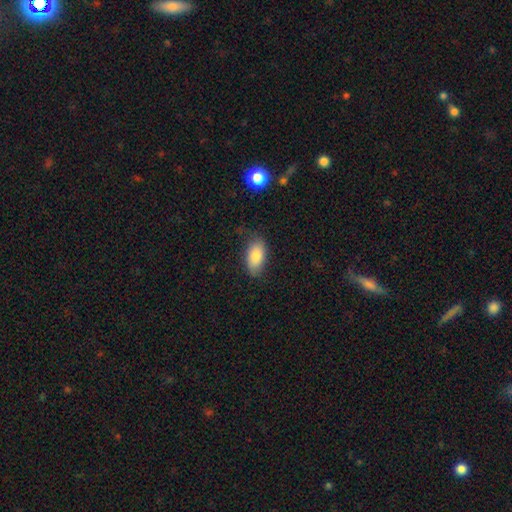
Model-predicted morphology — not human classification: Smooth or featured?
  - smooth: 83% *
  - featured or disk: 10%
  - star or artifact: 7%
How rounded?
  - in between: 93% *
  - round: 4%
  - cigar-shaped: 3%
Merging?
  - none: 76% *
  - minor disturbance: 18%
  - major disturbance: 4%
  - merger: 1%